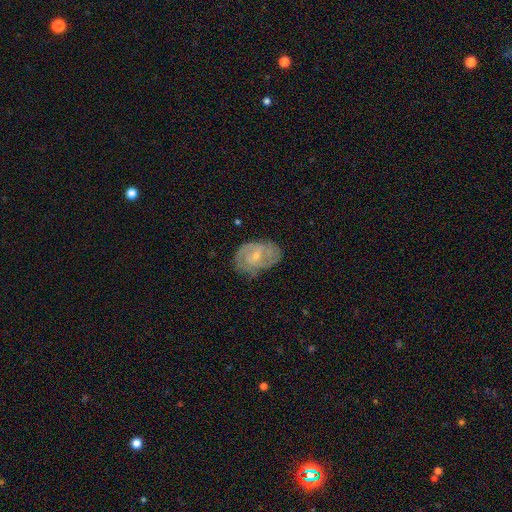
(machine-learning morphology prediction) Overall: featured or disk (74%). Edge-on disk: no (97%). Bar: no (49%; weak 42%). Spiral arms: yes (89%). Spiral arm count: 2 (48%; can't tell 27%). Spiral winding: tight (47%; medium 41%). Bulge size: small (67%; moderate 29%). Merging: none (69%).